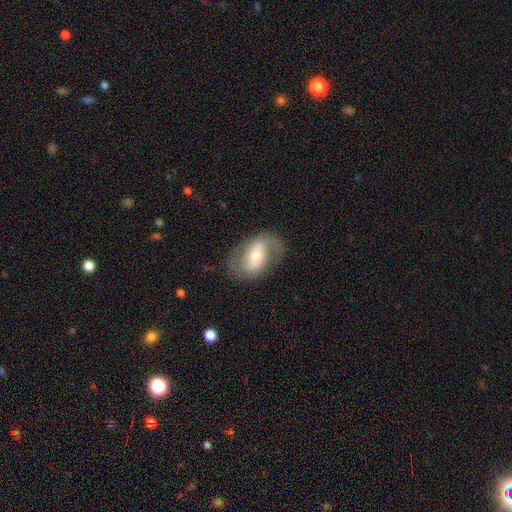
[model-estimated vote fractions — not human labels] The model was most divided on "spiral winding": loose: 42%, medium: 40%, tight: 18%. Remaining: edge-on disk — no (95%); spiral arm count — 2 (82%); spiral arms — yes (81%); merging — none (72%); smooth or featured — featured or disk (66%); bulge size — moderate (51%); bar — weak (38%).